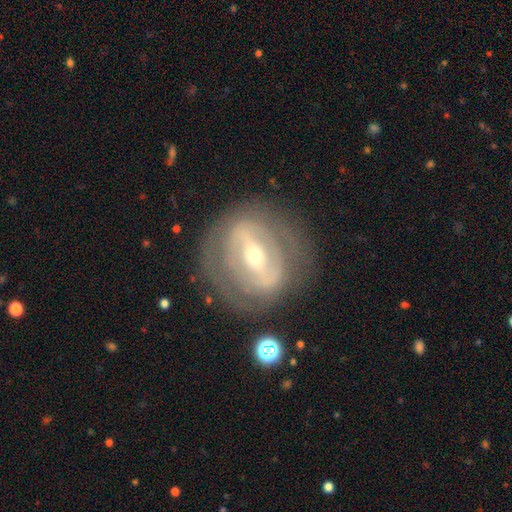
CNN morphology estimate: Overall: featured or disk (79%). Edge-on disk: no (92%). Bar: strong (60%; weak 26%). Spiral arms: yes (52%; no 48%). Bulge size: small (53%; moderate 43%). Merging: none (77%).